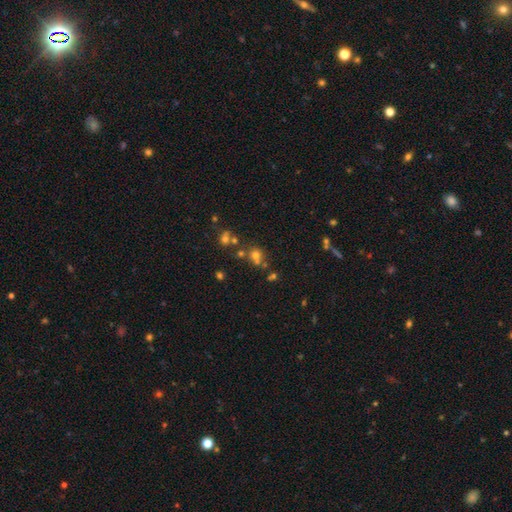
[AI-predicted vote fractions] This is likely a smooth galaxy (61%). How rounded: clearly round (84%). Merging: possibly none (57%).